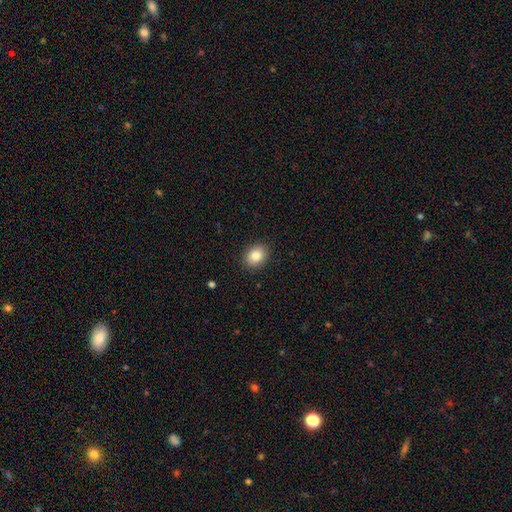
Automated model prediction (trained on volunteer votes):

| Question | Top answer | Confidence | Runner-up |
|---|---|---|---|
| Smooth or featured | smooth | 84% | star or artifact (9%) |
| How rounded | in between | 51% | round (49%) |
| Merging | none | 90% | minor disturbance (7%) |